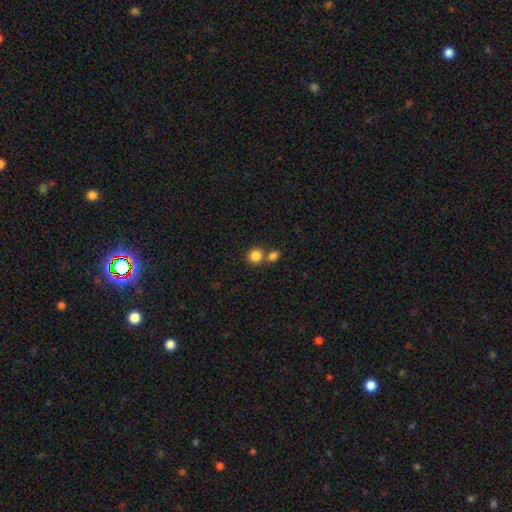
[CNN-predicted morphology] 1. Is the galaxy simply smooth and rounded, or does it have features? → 85% smooth, 10% star or artifact, 5% featured or disk.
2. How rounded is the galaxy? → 87% round, 12% in between, 1% cigar-shaped.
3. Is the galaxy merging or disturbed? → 54% none, 36% merger, 7% minor disturbance, 3% major disturbance.